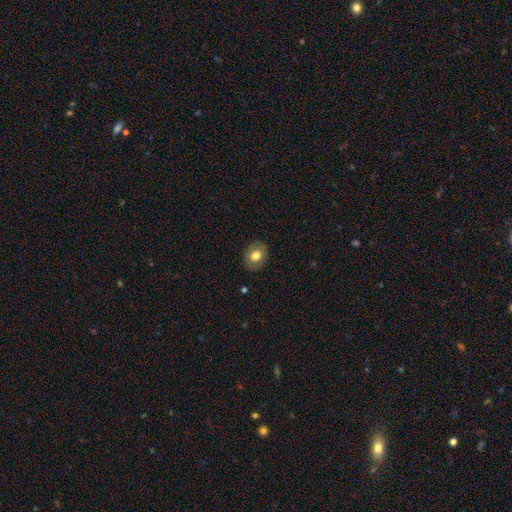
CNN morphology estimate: smooth-or-featured: smooth: 72% | featured or disk: 20% | star or artifact: 8%
  how-rounded: in between: 62% | round: 37% | cigar-shaped: 1%
  merging: none: 86% | minor disturbance: 10% | major disturbance: 3% | merger: 1%